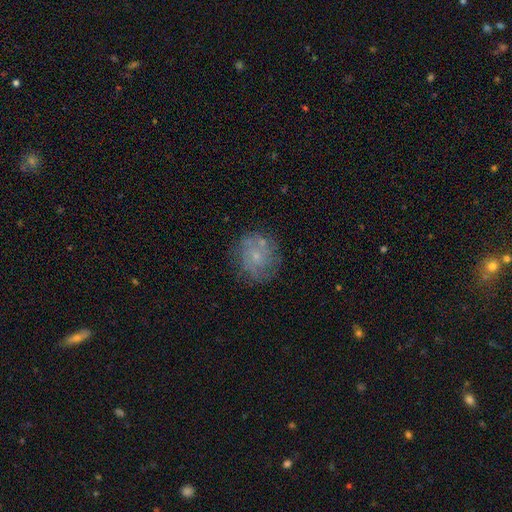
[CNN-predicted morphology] smooth_or_featured: featured or disk (p=0.57) [alt: smooth p=0.32]
disk_edge_on: no (p=0.98) [alt: yes p=0.02]
bar: no (p=0.81) [alt: weak p=0.16]
has_spiral_arms: yes (p=0.71) [alt: no p=0.29]
bulge_size: small (p=0.76) [alt: moderate p=0.15]
merging: none (p=0.71) [alt: minor disturbance p=0.17]